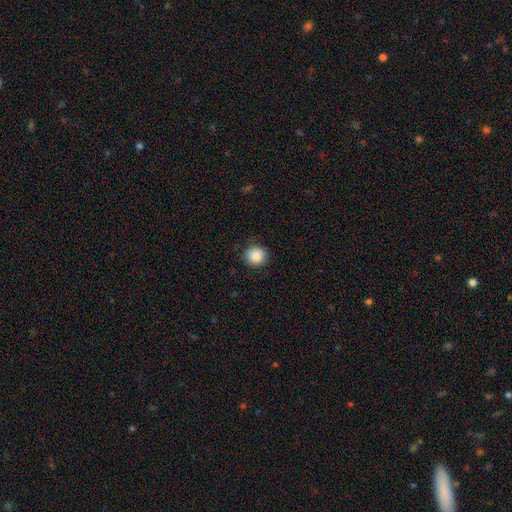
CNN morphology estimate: Overall: smooth (89%). How rounded: round (84%). Merging: none (87%).